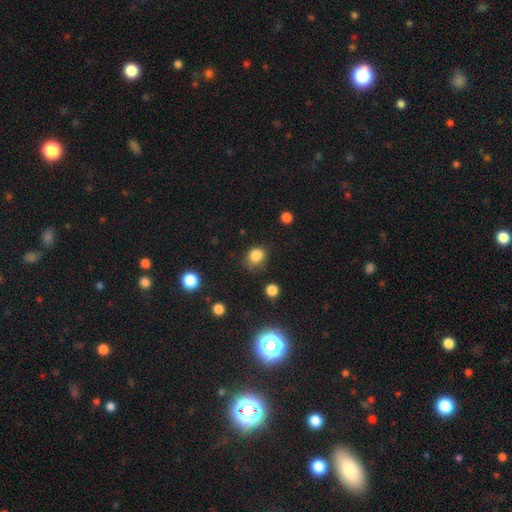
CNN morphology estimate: smooth 83%, star or artifact 12%, featured or disk 5%. Down the decision tree: how rounded — round (65%); merging — none (65%).